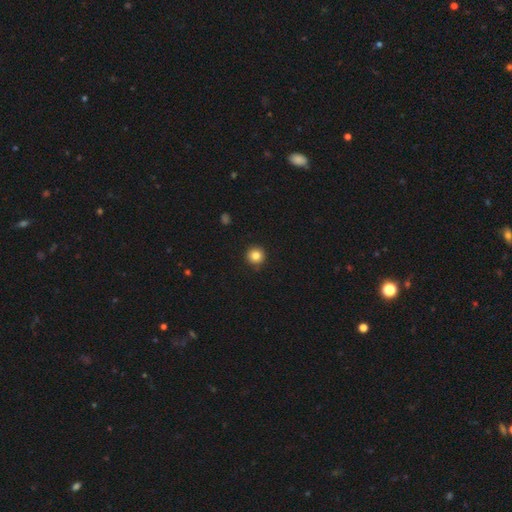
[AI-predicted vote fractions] The model was most divided on "smooth or featured": smooth: 83%, star or artifact: 11%, featured or disk: 6%. More confident: how rounded — round (95%); merging — none (92%).